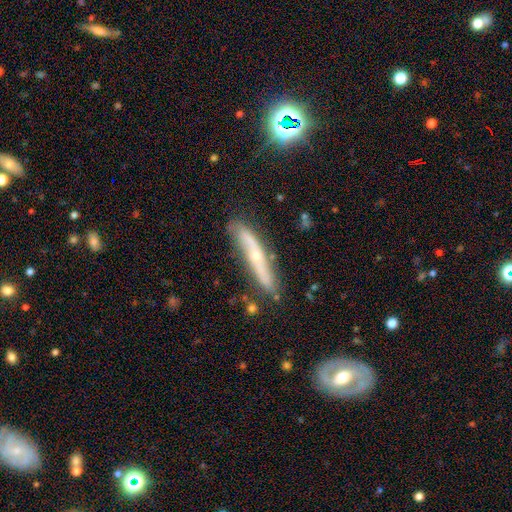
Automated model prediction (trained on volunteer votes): This appears to be a featured or disk galaxy (66%) viewed edge-on (74%). Merging: none (75%).